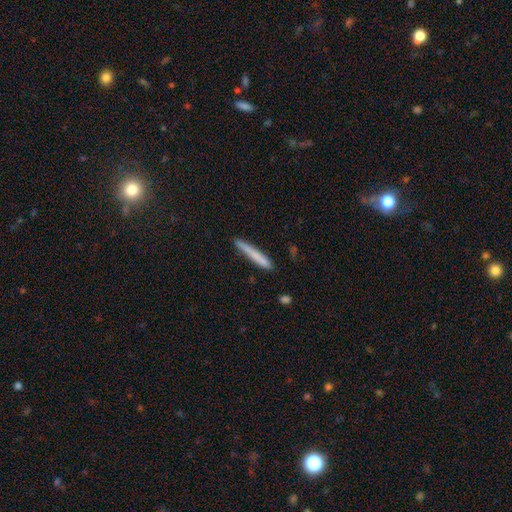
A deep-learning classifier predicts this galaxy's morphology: This is likely a smooth galaxy (73%). How rounded: clearly cigar-shaped (96%). Merging: clearly none (83%).